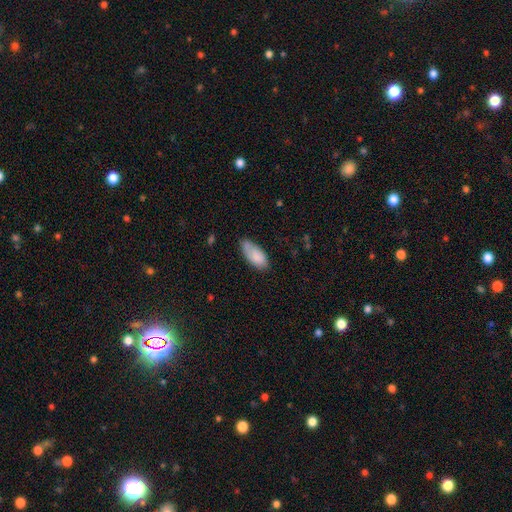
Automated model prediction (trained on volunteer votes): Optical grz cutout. It shows a smooth galaxy with no disk features (82%) that is in between round and cigar-shaped (88%). Merging: none (61%).